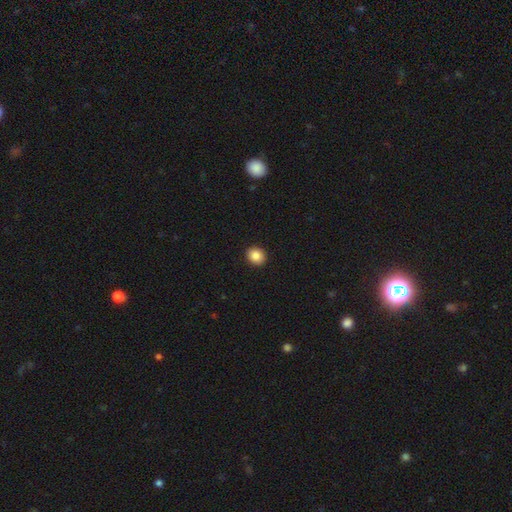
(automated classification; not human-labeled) This is clearly a smooth galaxy (87%). How rounded: likely round (74%). Merging: clearly none (92%).